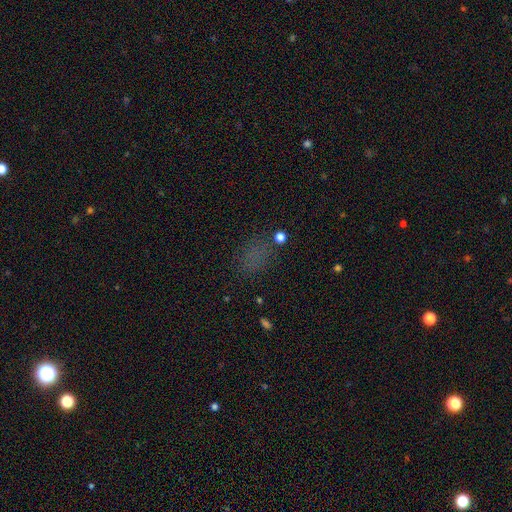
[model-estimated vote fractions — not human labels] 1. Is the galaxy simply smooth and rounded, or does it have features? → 60% smooth, 31% star or artifact, 9% featured or disk.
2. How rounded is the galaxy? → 66% in between, 31% round, 3% cigar-shaped.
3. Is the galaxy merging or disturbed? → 71% none, 15% minor disturbance, 9% major disturbance, 4% merger.